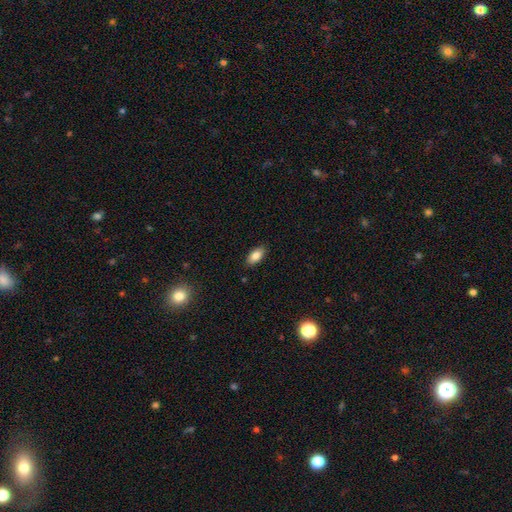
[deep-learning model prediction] The model was most divided on "smooth or featured": smooth: 84%, featured or disk: 9%, star or artifact: 7%. More confident: how rounded — in between (90%); merging — none (88%).